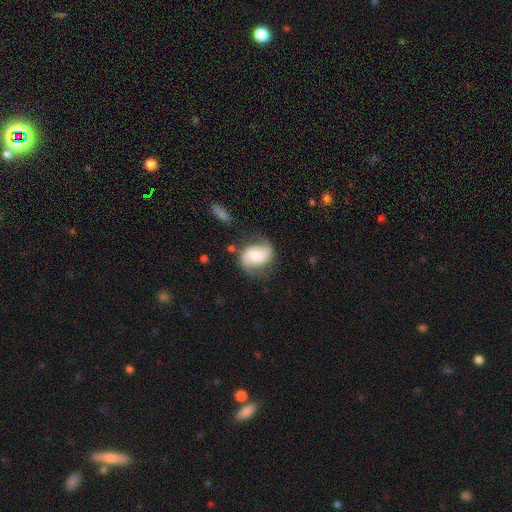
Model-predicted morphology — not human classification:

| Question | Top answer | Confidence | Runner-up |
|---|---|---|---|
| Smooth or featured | featured or disk | 68% | smooth (26%) |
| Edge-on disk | no | 97% | yes (3%) |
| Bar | weak | 45% | no (31%) |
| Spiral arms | yes | 91% | no (9%) |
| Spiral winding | medium | 42% | tied: loose (42%) |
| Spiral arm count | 2 | 88% | can't tell (6%) |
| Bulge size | moderate | 52% | small (30%) |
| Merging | none | 64% | minor disturbance (21%) |